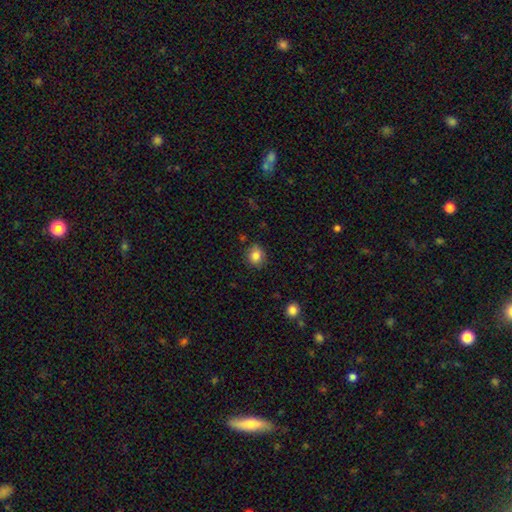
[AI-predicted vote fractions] smooth 84%, star or artifact 10%, featured or disk 6%. Down the decision tree: how rounded — round (70%); merging — none (83%).